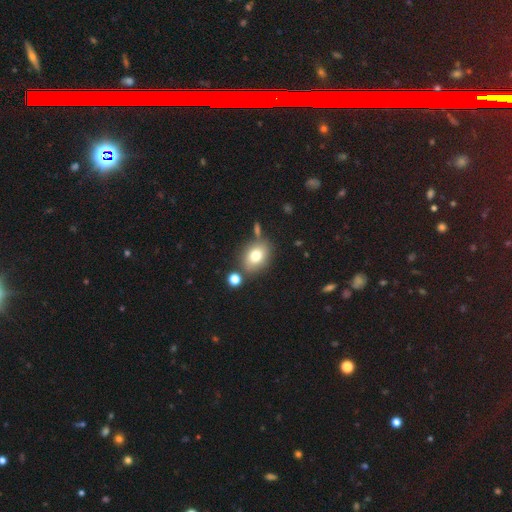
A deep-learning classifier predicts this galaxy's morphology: smooth-or-featured: smooth: 75% | featured or disk: 14% | star or artifact: 11%
  how-rounded: in between: 65% | round: 34% | cigar-shaped: 1%
  merging: none: 73% | minor disturbance: 12% | merger: 11% | major disturbance: 4%